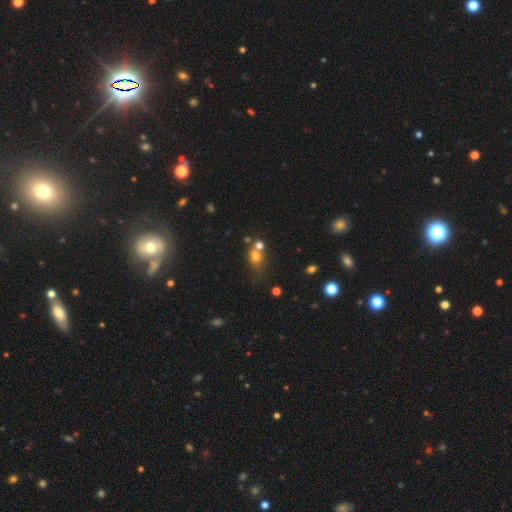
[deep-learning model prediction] A smooth galaxy with no disk features (69%) that is round (59%). Merging: none (44%).